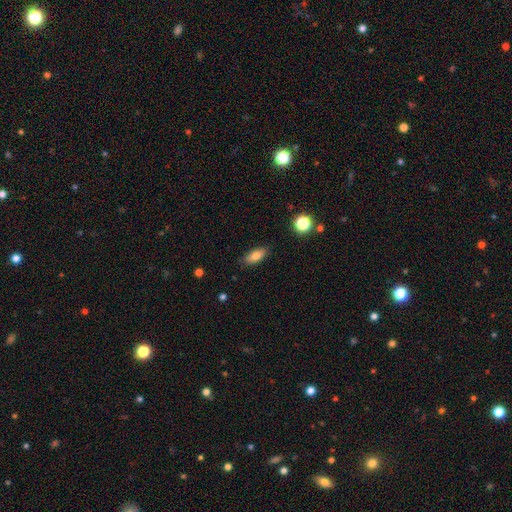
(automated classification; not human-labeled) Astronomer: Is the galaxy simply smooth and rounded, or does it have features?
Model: smooth — 80%.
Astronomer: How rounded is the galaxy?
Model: in between — 84%.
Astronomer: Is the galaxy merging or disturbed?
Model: none — 85%.